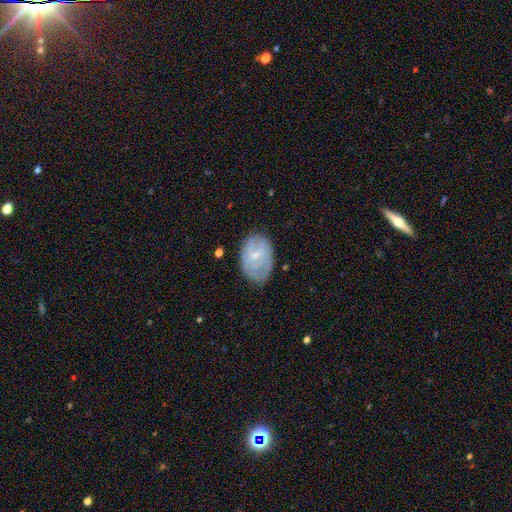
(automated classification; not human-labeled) featured or disk 53%, smooth 39%, star or artifact 7%. Down the decision tree: edge-on disk — no (96%); bar — weak (49%); spiral arms — yes (64%); bulge size — small (64%); merging — none (62%).